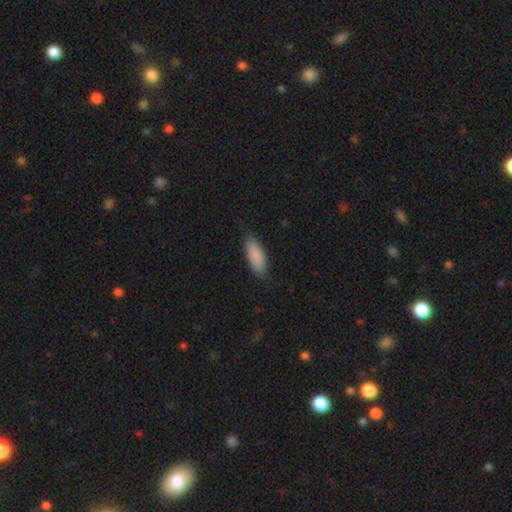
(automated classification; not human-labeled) A smooth galaxy with no disk features (88%) that is in between round and cigar-shaped (74%).

Vote fractions:
- Smooth or featured? smooth: 88% / featured or disk: 6% / star or artifact: 6%
- How rounded? in between: 74% / cigar-shaped: 24% / round: 2%
- Merging? none: 84% / minor disturbance: 13% / major disturbance: 2% / merger: 1%